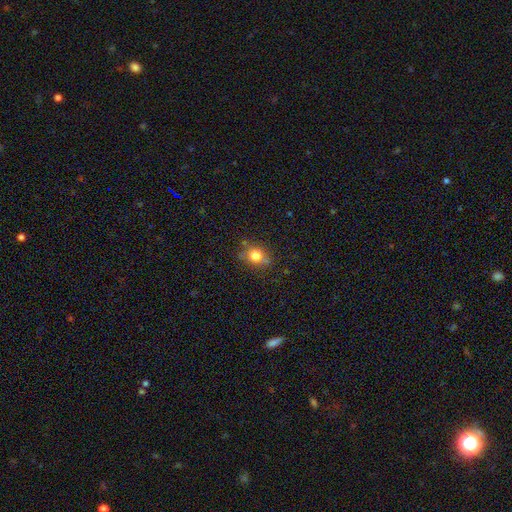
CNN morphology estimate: type=smooth (75%); roundness=round (62%); merging=none (73%).